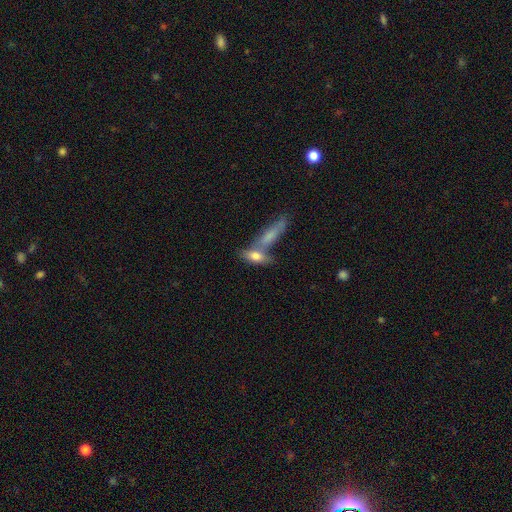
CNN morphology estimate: A smooth galaxy with no disk features (71%) that is in between round and cigar-shaped (61%).

Vote fractions:
- Smooth or featured? smooth: 71% / featured or disk: 21% / star or artifact: 7%
- How rounded? in between: 61% / cigar-shaped: 34% / round: 5%
- Merging? merger: 44% / none: 41% / minor disturbance: 10% / major disturbance: 4%